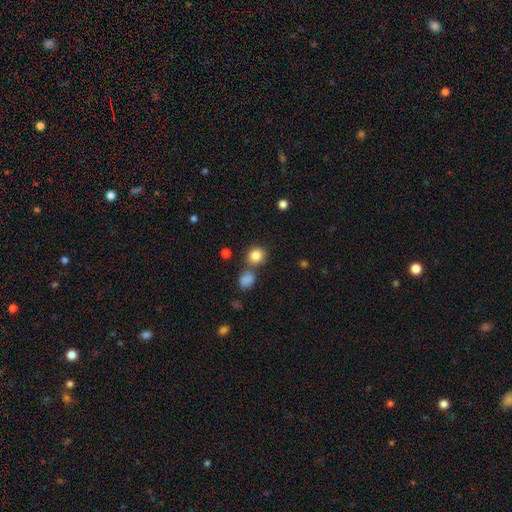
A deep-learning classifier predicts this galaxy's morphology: This appears to be a smooth galaxy with no disk features (84%) that is round (88%). Merging: none (70%).